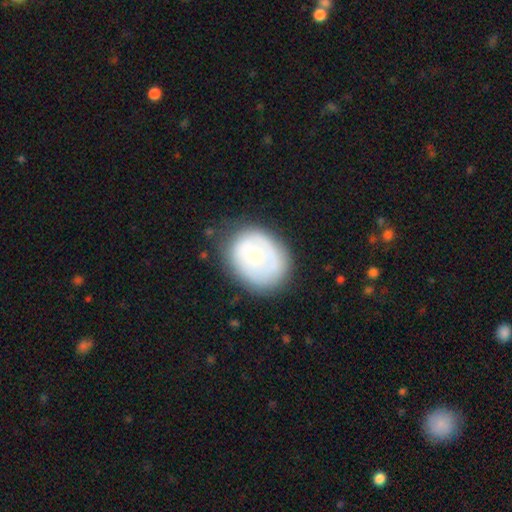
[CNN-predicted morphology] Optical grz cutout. It shows a smooth galaxy with no disk features (48%). Merging: none (65%).